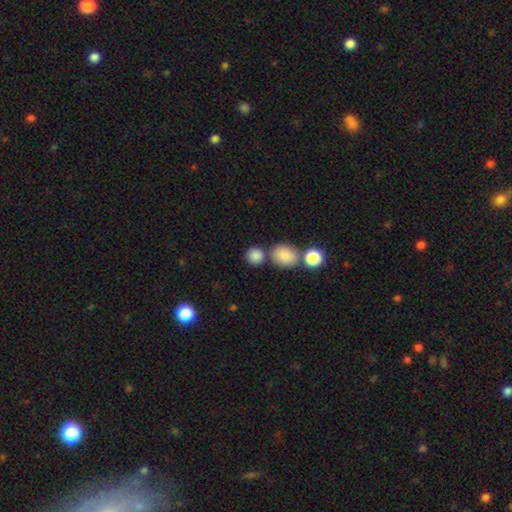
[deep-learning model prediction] A smooth galaxy with no disk features (85%) that is round (78%). Merging: none (63%).